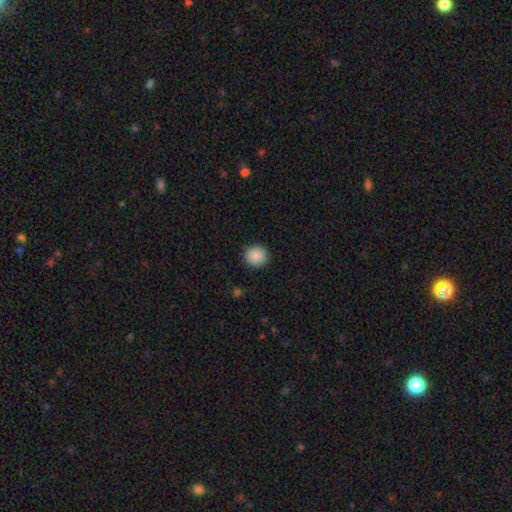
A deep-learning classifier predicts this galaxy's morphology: Smooth or featured? Predicted: smooth (p=0.89). How rounded? Predicted: round (p=0.90). Merging? Predicted: none (p=0.91).